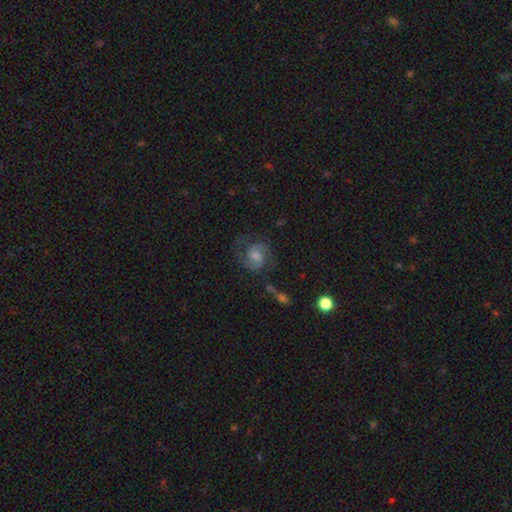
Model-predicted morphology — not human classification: This is likely a featured or disk galaxy (78%). It is clearly not viewed edge-on (98%). Bar: possibly weak (50%). Spiral arm pattern: clearly yes (96%). Spiral arm count: clearly 2 (89%). Spiral winding: possibly medium (56%). Central bulge: marginally moderate (45%). Merging: likely none (73%).